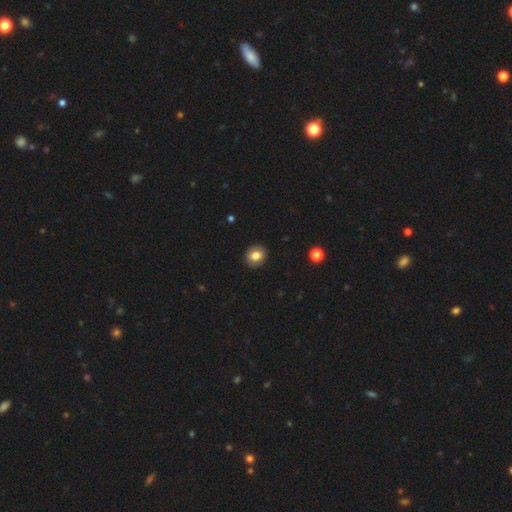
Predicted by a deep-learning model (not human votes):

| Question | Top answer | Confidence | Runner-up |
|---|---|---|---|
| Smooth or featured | smooth | 80% | featured or disk (11%) |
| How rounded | round | 73% | in between (26%) |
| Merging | none | 89% | minor disturbance (8%) |